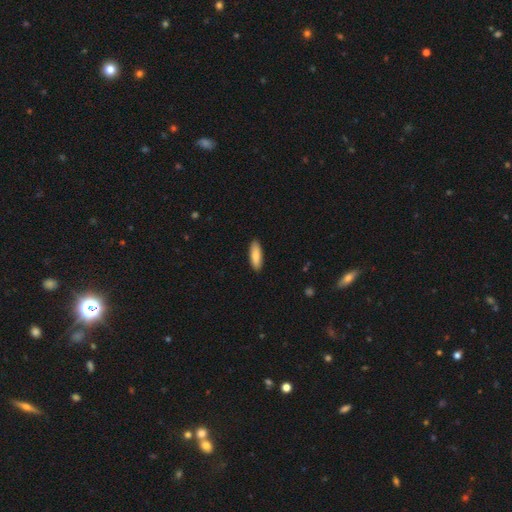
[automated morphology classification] Smooth or featured: smooth — 86% (featured or disk — 9%)
How rounded: in between — 55% (cigar-shaped — 44%)
Merging: none — 90% (minor disturbance — 7%)